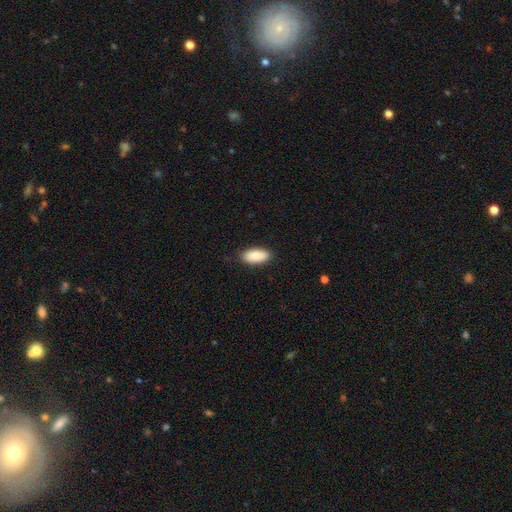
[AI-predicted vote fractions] Overall: smooth (91%). How rounded: in between (89%). Merging: none (87%).